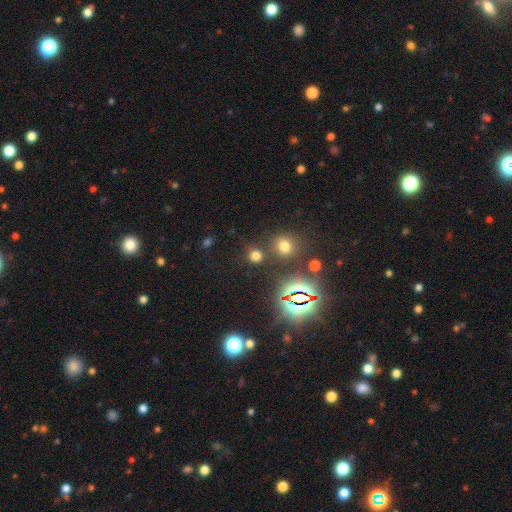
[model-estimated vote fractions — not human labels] Smooth or featured? Predicted: smooth (p=0.61). How rounded? Predicted: round (p=0.88). Merging? Predicted: none (p=0.78).